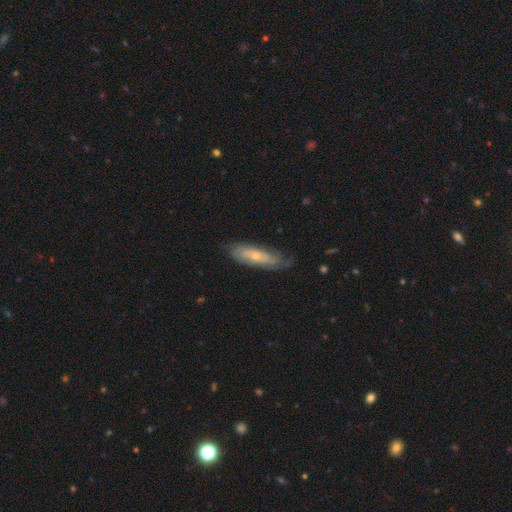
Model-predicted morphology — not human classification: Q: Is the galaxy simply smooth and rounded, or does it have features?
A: featured or disk — 56%.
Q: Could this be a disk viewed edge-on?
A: no — 73%.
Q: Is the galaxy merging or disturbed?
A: none — 67%.